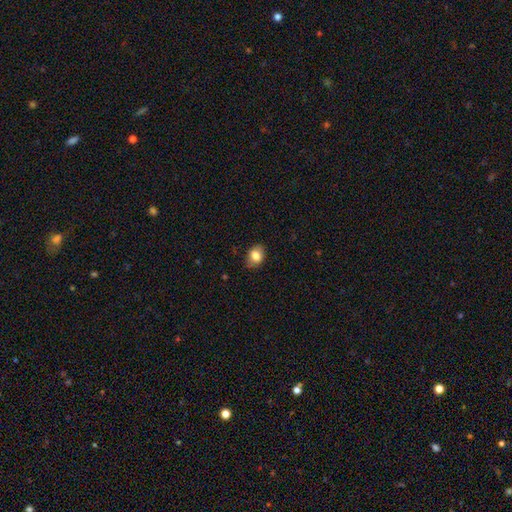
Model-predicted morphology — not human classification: smooth 82%, featured or disk 10%, star or artifact 9%. Down the decision tree: how rounded — in between (66%); merging — none (81%).